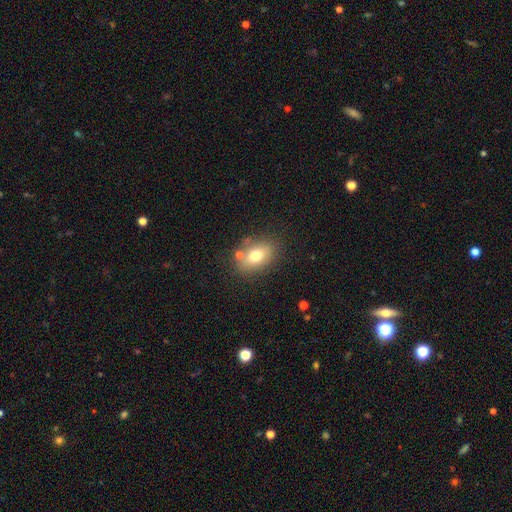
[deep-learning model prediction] Q: Smooth or featured?
A: smooth (71%); runner-up: featured or disk (19%)
Q: How rounded?
A: in between (79%); runner-up: round (19%)
Q: Merging?
A: none (72%); runner-up: minor disturbance (14%)